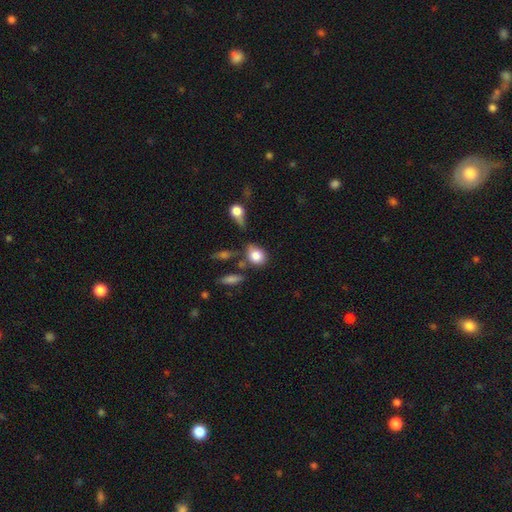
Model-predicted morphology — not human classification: A smooth galaxy with no disk features (82%) that is round (50%).

Vote fractions:
- Smooth or featured? smooth: 82% / featured or disk: 9% / star or artifact: 9%
- How rounded? round: 50% / in between: 48% / cigar-shaped: 2%
- Merging? none: 47% / minor disturbance: 23% / merger: 17% / major disturbance: 12%